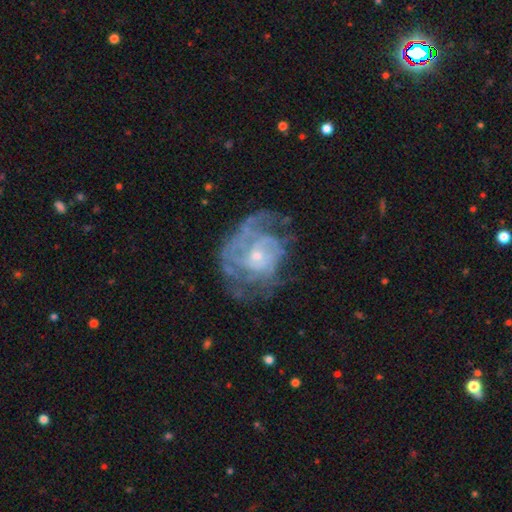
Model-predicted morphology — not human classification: Overall: featured or disk (82%). Edge-on disk: no (98%). Bar: no (74%). Spiral arms: yes (82%). Spiral arm count: can't tell (45%; 2 21%). Spiral winding: tight (52%; medium 34%). Bulge size: small (66%; moderate 28%). Merging: none (50%; major disturbance 26%).